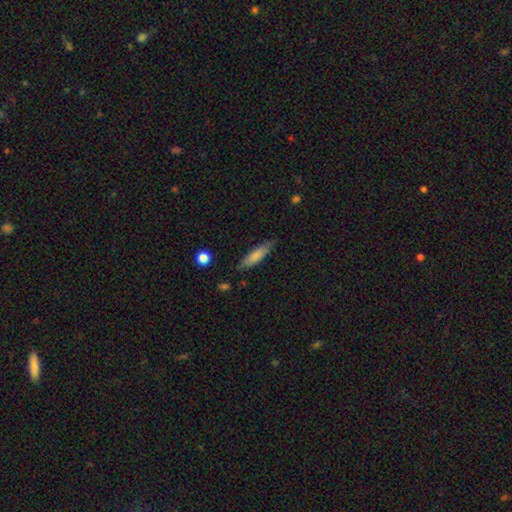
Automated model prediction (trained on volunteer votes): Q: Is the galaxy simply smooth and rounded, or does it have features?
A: smooth — 78%.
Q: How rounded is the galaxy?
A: cigar-shaped — 67%.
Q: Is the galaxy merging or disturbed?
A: none — 76%.